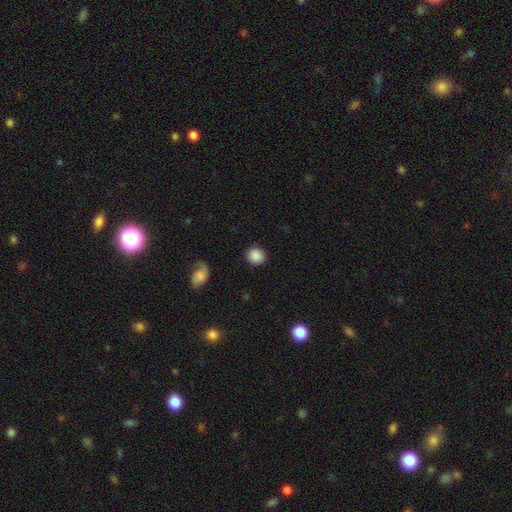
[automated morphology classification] This is clearly a smooth galaxy (87%). How rounded: clearly round (85%). Merging: clearly none (89%).